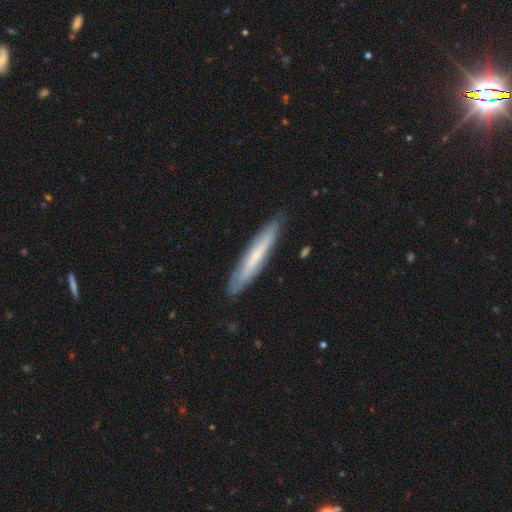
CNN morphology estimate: Smooth or featured: smooth — 50% (featured or disk — 44%)
How rounded: cigar-shaped — 92% (in between — 7%)
Merging: none — 84% (minor disturbance — 12%)